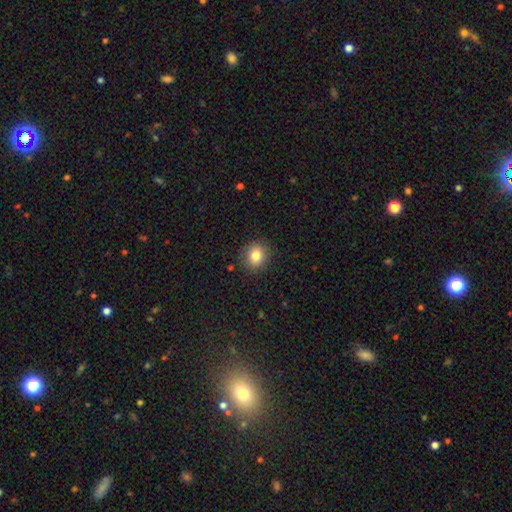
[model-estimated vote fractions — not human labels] smooth_or_featured: smooth (p=0.82) [alt: star or artifact p=0.11]
how_rounded: round (p=0.79) [alt: in between p=0.20]
merging: none (p=0.88) [alt: minor disturbance p=0.08]